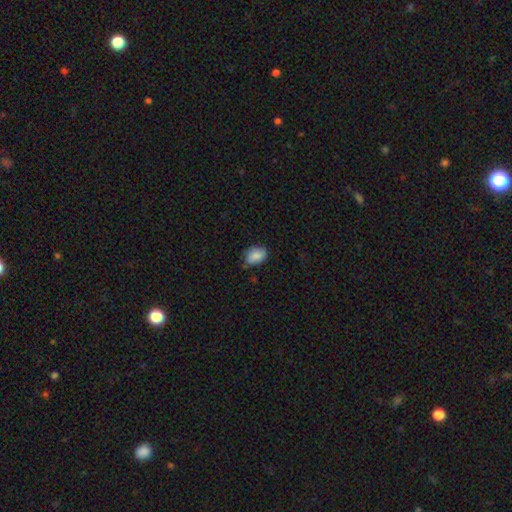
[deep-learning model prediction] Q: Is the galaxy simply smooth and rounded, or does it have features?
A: smooth — 85%.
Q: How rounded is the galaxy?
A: in between — 77%.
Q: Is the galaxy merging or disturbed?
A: none — 67%.